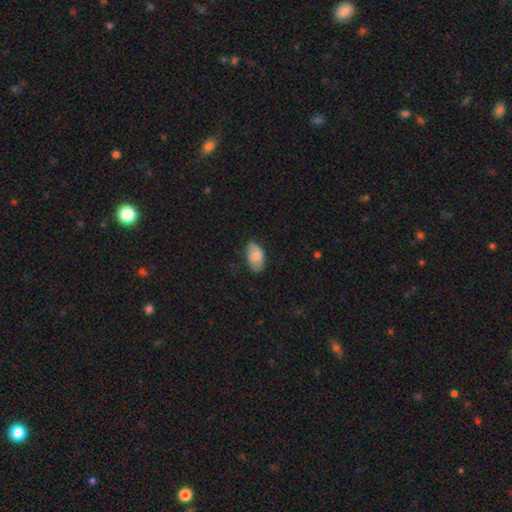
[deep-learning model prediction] Smooth or featured? smooth (78%)
How rounded? in between (94%)
Merging? none (74%)